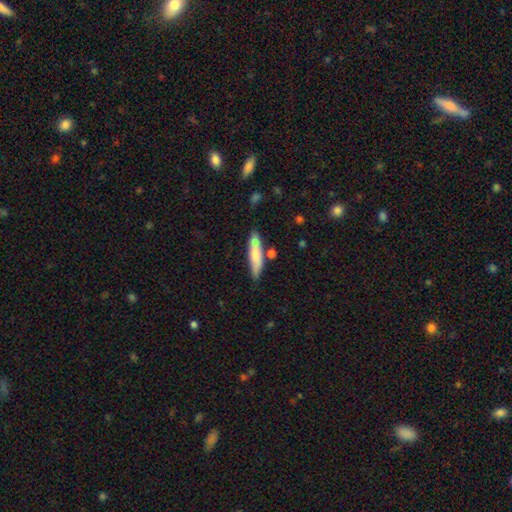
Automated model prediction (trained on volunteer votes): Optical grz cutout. It shows a smooth galaxy with no disk features (72%) that is cigar-shaped (80%). Merging: none (68%).